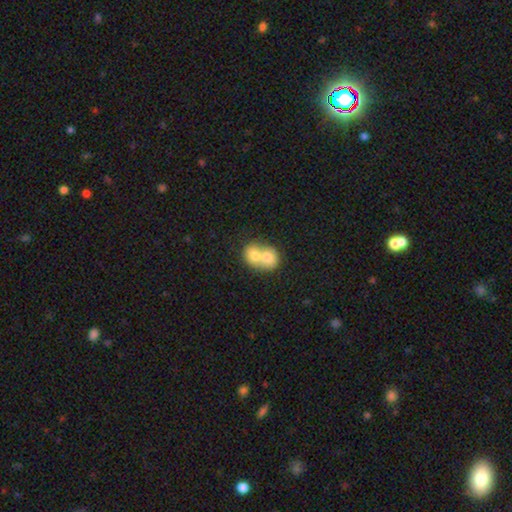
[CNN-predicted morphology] This is likely a smooth galaxy (71%). How rounded: possibly round (58%). Merging: likely merger (76%).